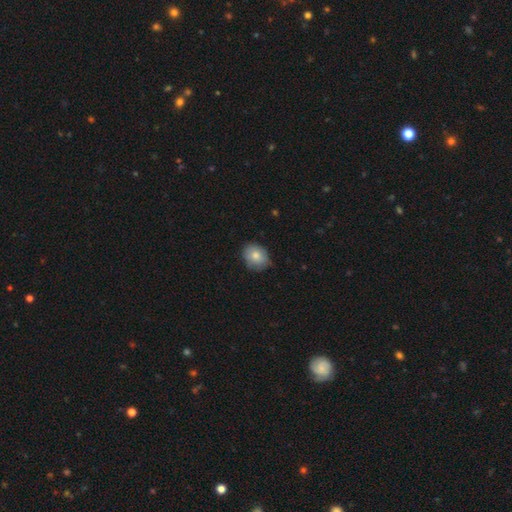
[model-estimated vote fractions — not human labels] Smooth or featured? Predicted: smooth (p=0.79). How rounded? Predicted: in between (p=0.51). Merging? Predicted: none (p=0.71).